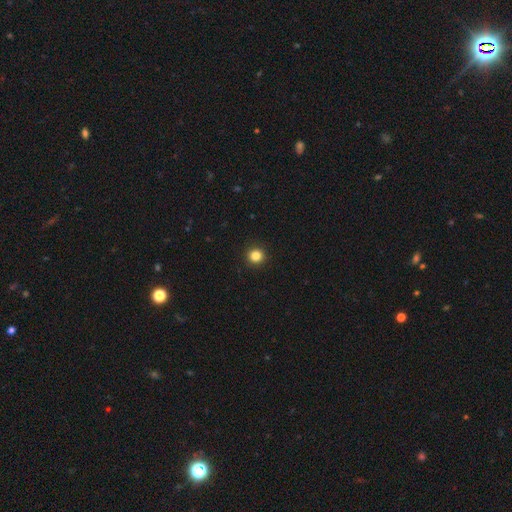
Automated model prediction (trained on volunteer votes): Smooth or featured? Predicted: smooth (p=0.84). How rounded? Predicted: round (p=0.93). Merging? Predicted: none (p=0.93).